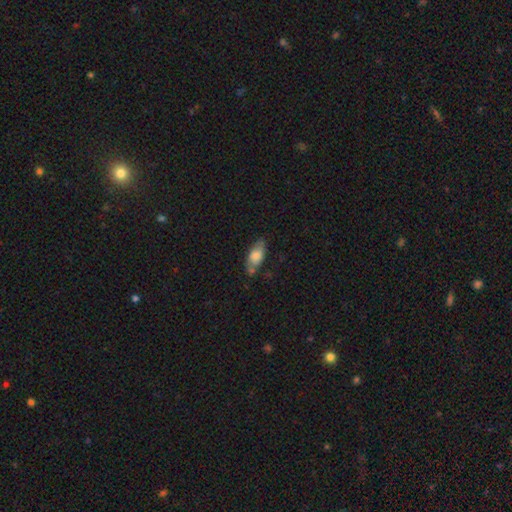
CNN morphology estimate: Overall: smooth (69%). How rounded: in between (84%). Merging: none (60%; minor disturbance 25%).